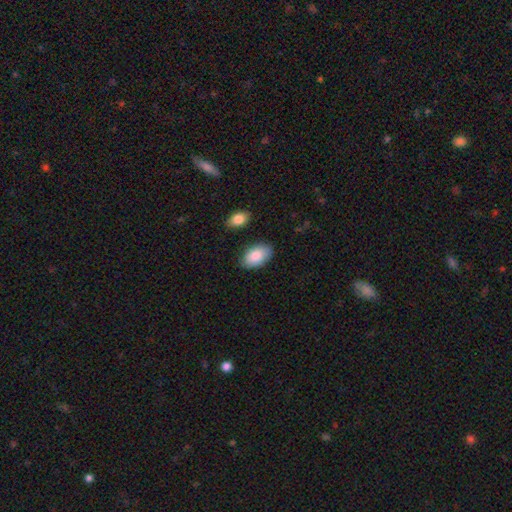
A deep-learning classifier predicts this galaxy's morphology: A smooth galaxy with no disk features (87%) that is in between round and cigar-shaped (94%).

Vote fractions:
- Smooth or featured? smooth: 87% / featured or disk: 7% / star or artifact: 6%
- How rounded? in between: 94% / round: 5% / cigar-shaped: 1%
- Merging? none: 82% / minor disturbance: 13% / merger: 3% / major disturbance: 3%